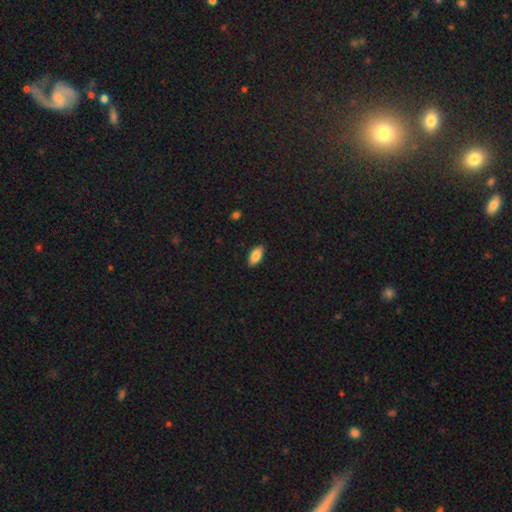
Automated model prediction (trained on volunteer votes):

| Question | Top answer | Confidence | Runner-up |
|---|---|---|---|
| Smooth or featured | smooth | 85% | featured or disk (9%) |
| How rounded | in between | 90% | cigar-shaped (8%) |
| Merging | none | 88% | minor disturbance (9%) |